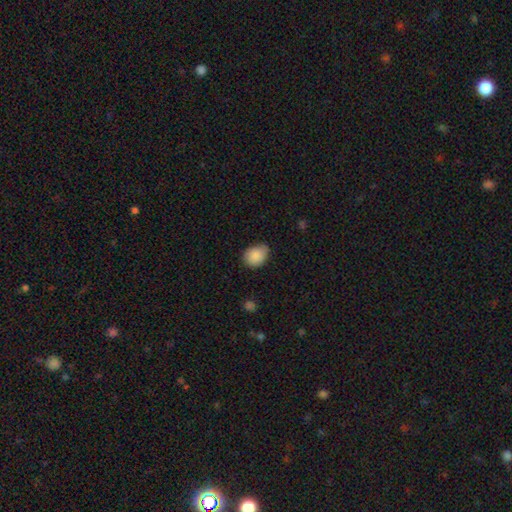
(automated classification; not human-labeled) Overall: smooth (87%). How rounded: in between (55%; round 44%). Merging: none (64%; minor disturbance 31%).